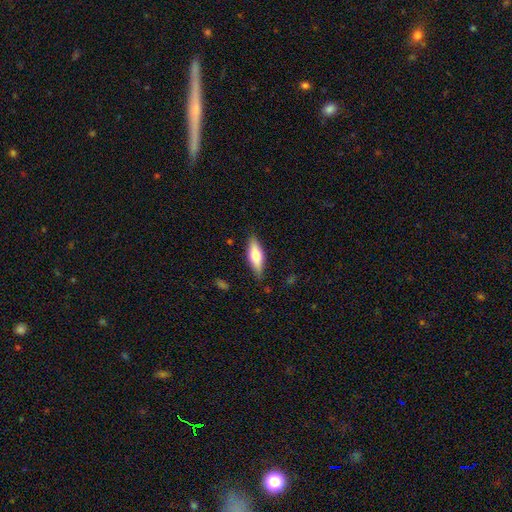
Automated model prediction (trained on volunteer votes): This appears to be a smooth galaxy with no disk features (62%) that is in between round and cigar-shaped (55%). Merging: none (84%).